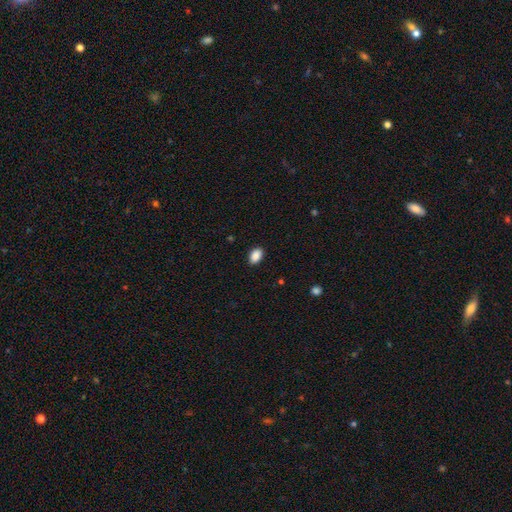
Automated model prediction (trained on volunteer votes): This is clearly a smooth galaxy (89%). How rounded: clearly in between (89%). Merging: clearly none (89%).